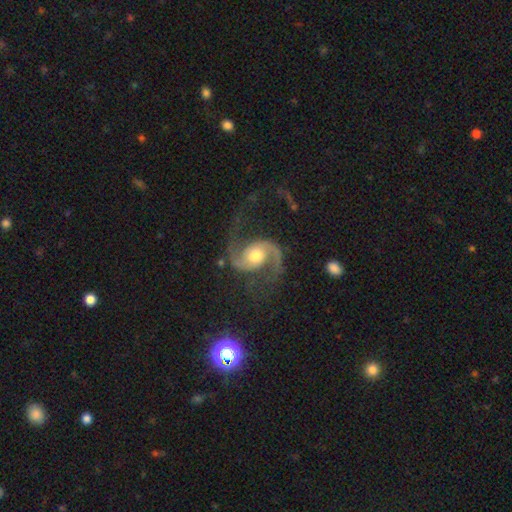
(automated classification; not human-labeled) smooth_or_featured: featured or disk (p=0.91) [alt: star or artifact p=0.05]
disk_edge_on: no (p=0.98) [alt: yes p=0.02]
bar: no (p=0.64) [alt: weak p=0.27]
has_spiral_arms: yes (p=0.98) [alt: no p=0.02]
spiral_winding: medium (p=0.47) [alt: loose p=0.44]
spiral_arm_count: 2 (p=0.94) [alt: can't tell p=0.01]
bulge_size: moderate (p=0.69) [alt: large p=0.20]
merging: none (p=0.69) [alt: minor disturbance p=0.16]